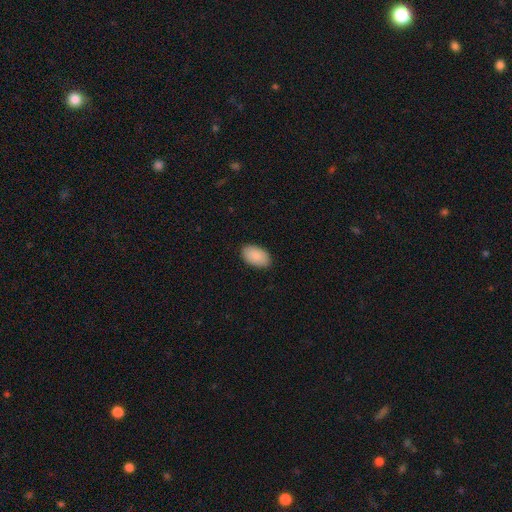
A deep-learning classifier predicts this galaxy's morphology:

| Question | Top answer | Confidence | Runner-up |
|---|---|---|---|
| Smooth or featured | smooth | 90% | star or artifact (6%) |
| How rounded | in between | 95% | round (4%) |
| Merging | none | 88% | minor disturbance (9%) |